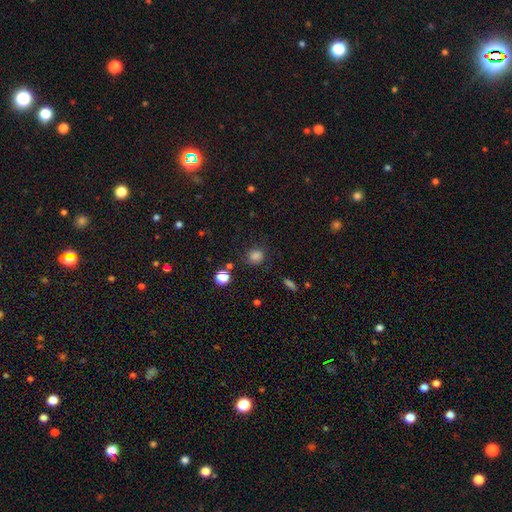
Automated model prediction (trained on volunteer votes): Smooth or featured: smooth — 77% (star or artifact — 17%)
How rounded: round — 83% (in between — 15%)
Merging: none — 77% (minor disturbance — 15%)